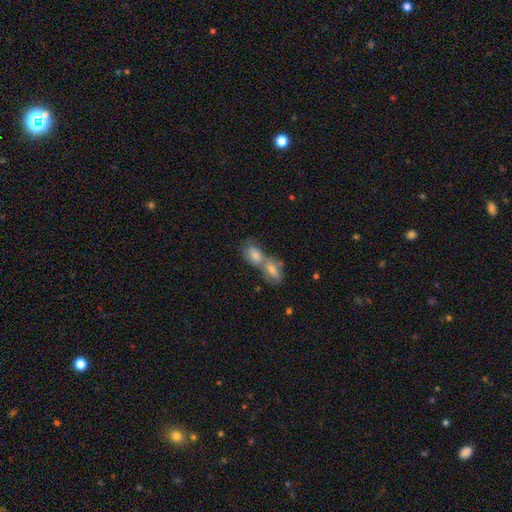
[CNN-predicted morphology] smooth-or-featured: smooth: 57% | featured or disk: 29% | star or artifact: 15%
  how-rounded: in between: 71% | round: 22% | cigar-shaped: 7%
  merging: merger: 66% | none: 24% | minor disturbance: 7% | major disturbance: 4%